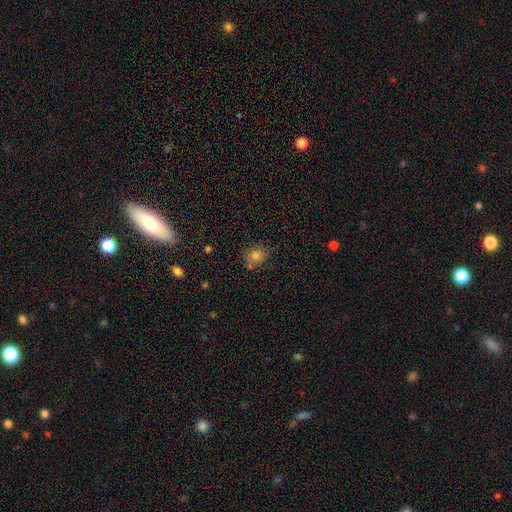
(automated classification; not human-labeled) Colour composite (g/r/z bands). It shows a smooth galaxy with no disk features (71%) that is round (66%). Merging: none (76%).